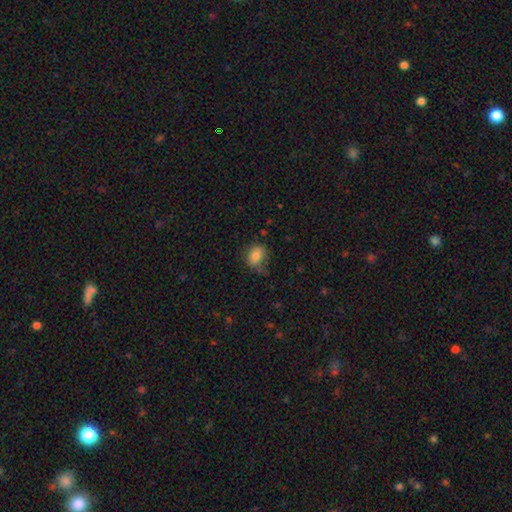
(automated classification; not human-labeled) Smooth or featured? Predicted: smooth (p=0.80). How rounded? Predicted: in between (p=0.68). Merging? Predicted: none (p=0.65).